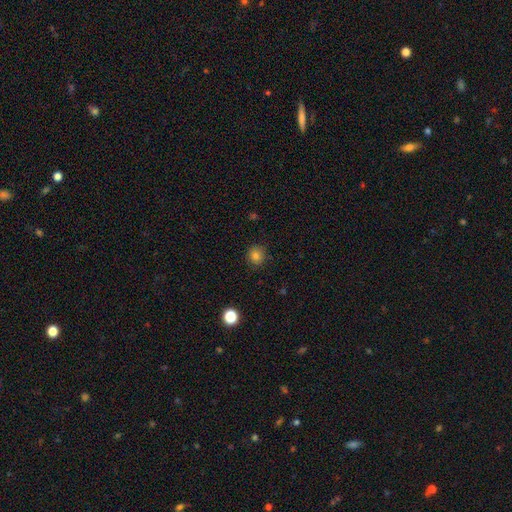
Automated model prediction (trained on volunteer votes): smooth-or-featured: smooth: 80% | star or artifact: 13% | featured or disk: 7%
  how-rounded: round: 90% | in between: 9% | cigar-shaped: 1%
  merging: none: 87% | minor disturbance: 9% | major disturbance: 2% | merger: 1%